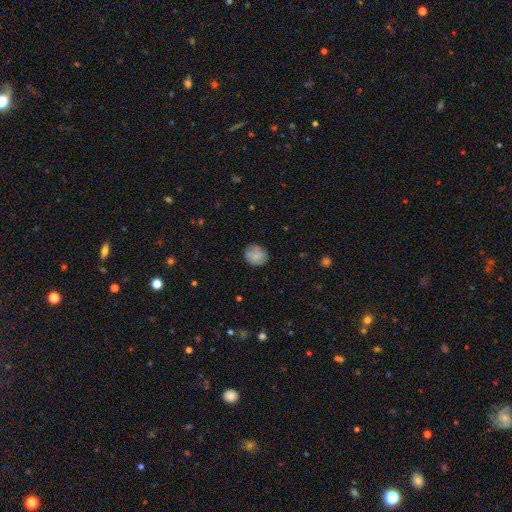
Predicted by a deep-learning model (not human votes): This appears to be a smooth galaxy with no disk features (73%) that is round (79%). Merging: none (72%).